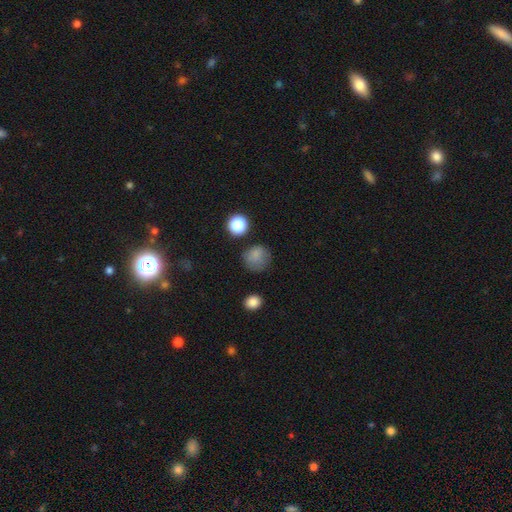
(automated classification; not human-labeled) Smooth or featured? smooth (82%)
How rounded? round (86%)
Merging? none (69%)